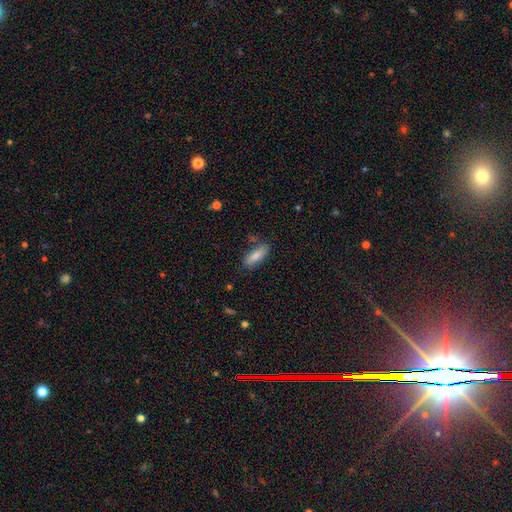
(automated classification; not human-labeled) This is likely a smooth galaxy (79%). How rounded: possibly in between (56%). Merging: likely none (78%).